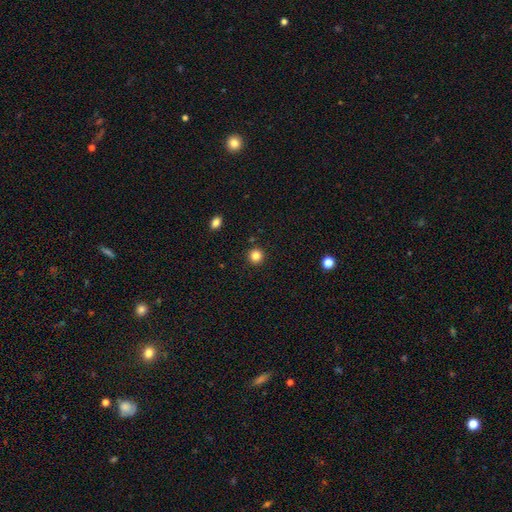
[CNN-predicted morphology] Q: Smooth or featured?
A: smooth (84%); runner-up: star or artifact (12%)
Q: How rounded?
A: round (94%); runner-up: in between (5%)
Q: Merging?
A: none (92%); runner-up: minor disturbance (5%)